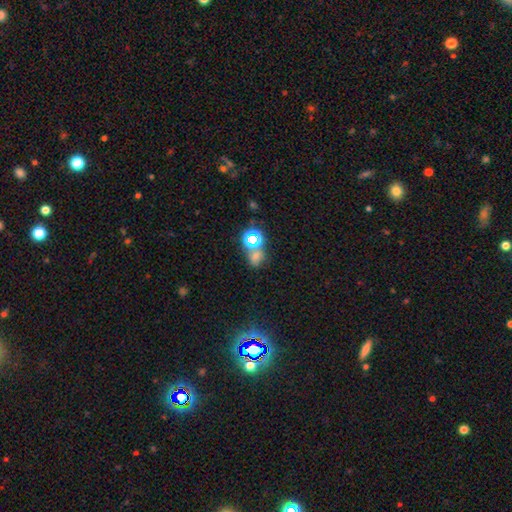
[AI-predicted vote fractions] A smooth galaxy with no disk features (46%). Merging: none (56%).